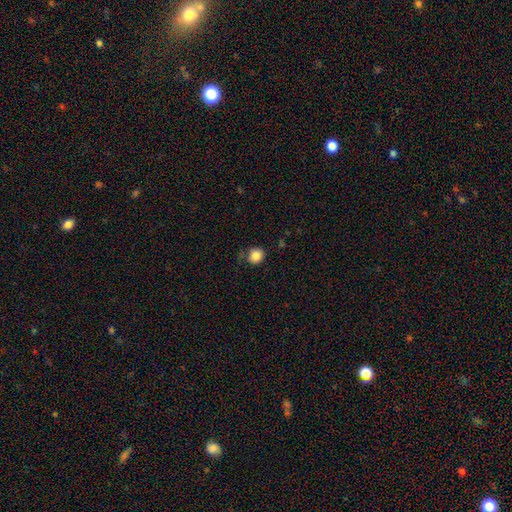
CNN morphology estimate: This appears to be a smooth galaxy with no disk features (84%) that is round (88%). Merging: none (75%).